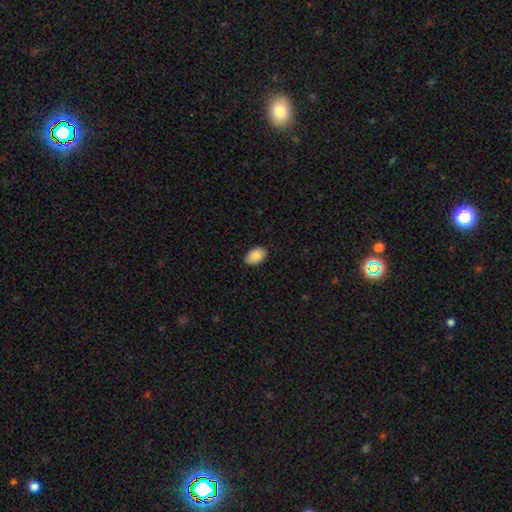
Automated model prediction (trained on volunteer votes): Smooth or featured? smooth (88%)
How rounded? in between (92%)
Merging? none (88%)